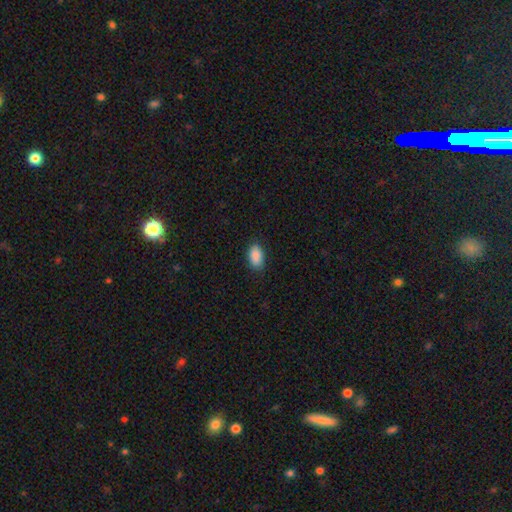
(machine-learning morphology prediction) smooth-or-featured: smooth: 89% | star or artifact: 7% | featured or disk: 4%
  how-rounded: in between: 93% | round: 5% | cigar-shaped: 2%
  merging: none: 85% | minor disturbance: 11% | major disturbance: 2% | merger: 1%